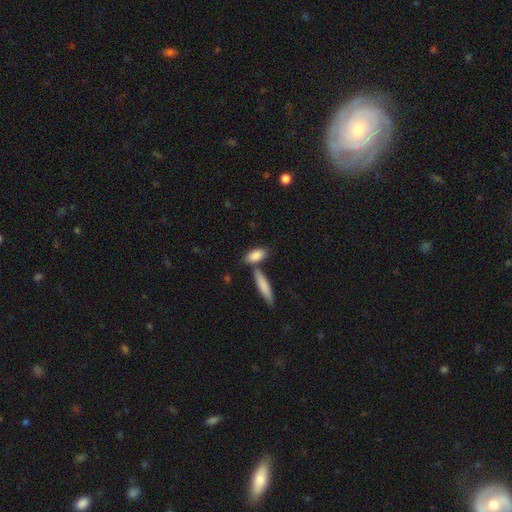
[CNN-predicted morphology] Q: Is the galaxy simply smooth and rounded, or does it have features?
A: smooth — 85%.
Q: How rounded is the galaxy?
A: in between — 75%.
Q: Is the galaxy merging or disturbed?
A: none — 59%.